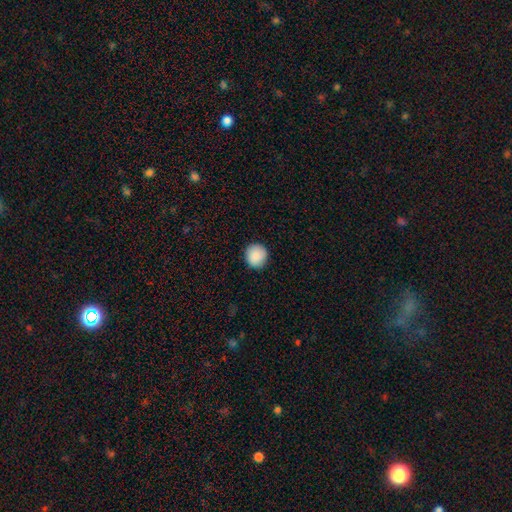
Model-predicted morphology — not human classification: Smooth or featured: smooth — 89% (star or artifact — 7%)
How rounded: round — 92% (in between — 7%)
Merging: none — 91% (minor disturbance — 7%)